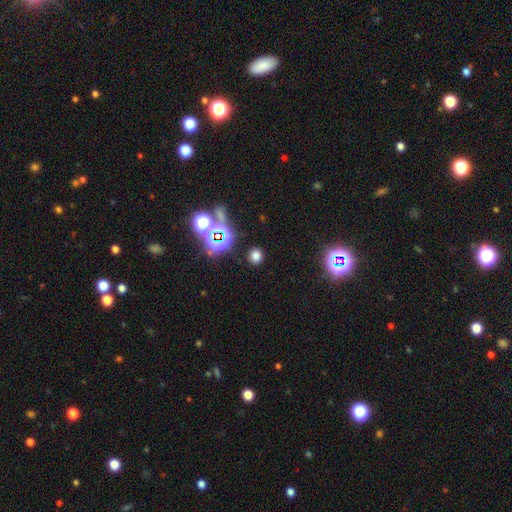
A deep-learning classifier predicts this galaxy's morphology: smooth-or-featured: smooth: 69% | star or artifact: 25% | featured or disk: 6%
  how-rounded: round: 87% | in between: 12% | cigar-shaped: 1%
  merging: none: 88% | minor disturbance: 6% | major disturbance: 3% | merger: 3%